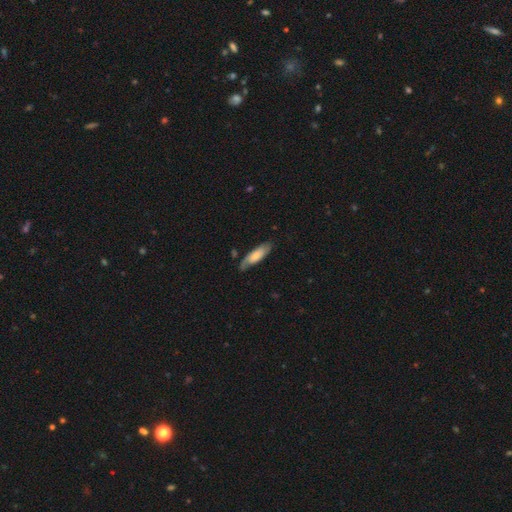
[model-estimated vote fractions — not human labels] smooth 65%, featured or disk 30%, star or artifact 6%. Down the decision tree: how rounded — in between (51%); merging — none (70%).